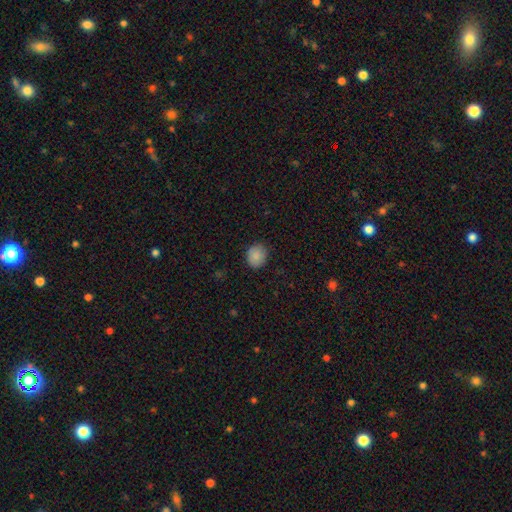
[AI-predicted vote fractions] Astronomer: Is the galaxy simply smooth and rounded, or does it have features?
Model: smooth — 88%.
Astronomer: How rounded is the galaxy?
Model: round — 74%.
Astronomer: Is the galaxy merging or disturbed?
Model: none — 86%.